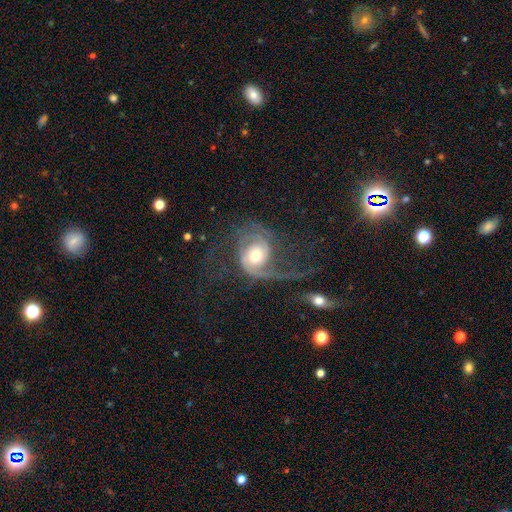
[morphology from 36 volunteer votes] smooth_or_featured: featured or disk (p=0.83) [alt: smooth p=0.14]
disk_edge_on: no (p=1.00)
bar: no (p=0.73) [alt: weak p=0.20]
has_spiral_arms: yes (p=0.93) [alt: no p=0.07]
spiral_winding: loose (p=0.54) [alt: medium p=0.25]
spiral_arm_count: 2 (p=0.61) [alt: 1 p=0.21]
bulge_size: moderate (p=0.53) [alt: small p=0.27]
merging: none (p=0.46) [alt: major disturbance p=0.40]